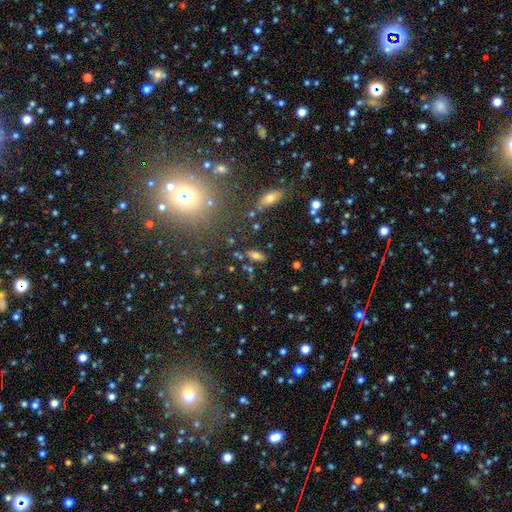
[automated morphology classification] A smooth galaxy with no disk features (71%) that is in between round and cigar-shaped (84%). Merging: none (78%).